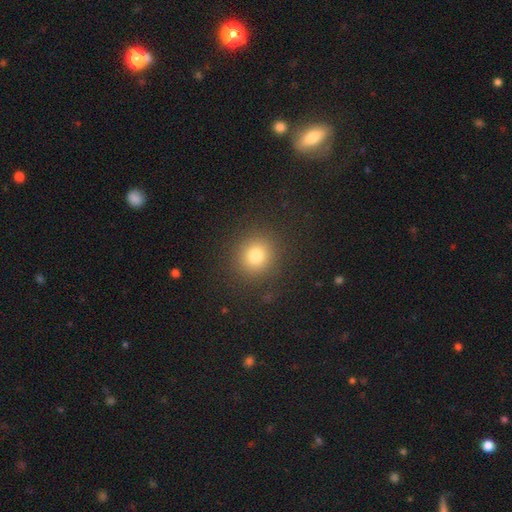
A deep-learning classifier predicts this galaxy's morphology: A smooth galaxy with no disk features (78%) that is round (89%).

Vote fractions:
- Smooth or featured? smooth: 78% / star or artifact: 14% / featured or disk: 8%
- How rounded? round: 89% / in between: 10% / cigar-shaped: 1%
- Merging? none: 89% / minor disturbance: 7% / major disturbance: 3% / merger: 1%